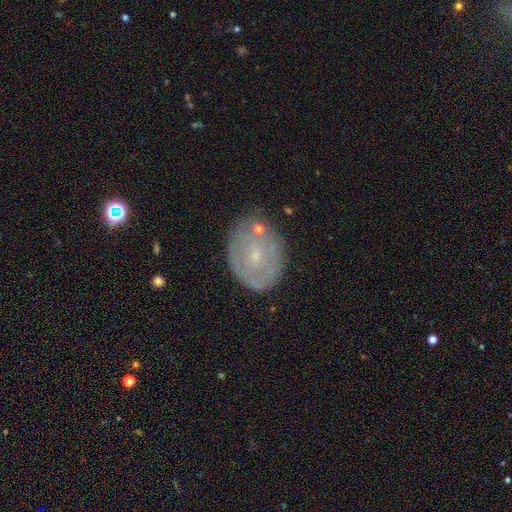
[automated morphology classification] Smooth or featured? featured or disk (56%)
Edge-on disk? no (95%)
Bar? no (75%)
Spiral arms? no (52%)
Bulge size? small (81%)
Merging? none (71%)